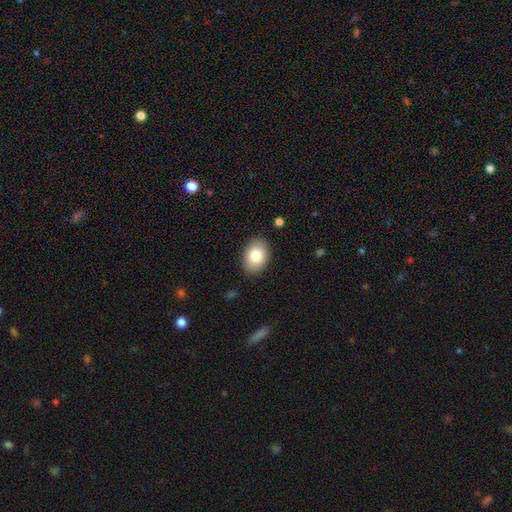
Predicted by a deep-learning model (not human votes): Smooth or featured? smooth (81%)
How rounded? in between (81%)
Merging? none (88%)